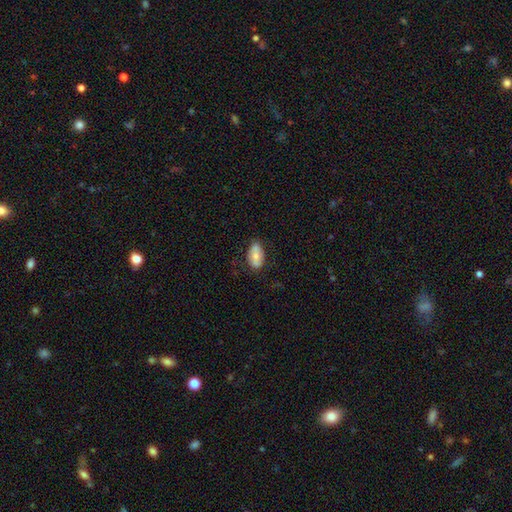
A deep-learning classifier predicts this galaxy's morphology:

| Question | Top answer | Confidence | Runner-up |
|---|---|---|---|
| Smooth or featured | smooth | 69% | featured or disk (24%) |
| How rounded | in between | 92% | round (5%) |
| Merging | none | 67% | minor disturbance (24%) |